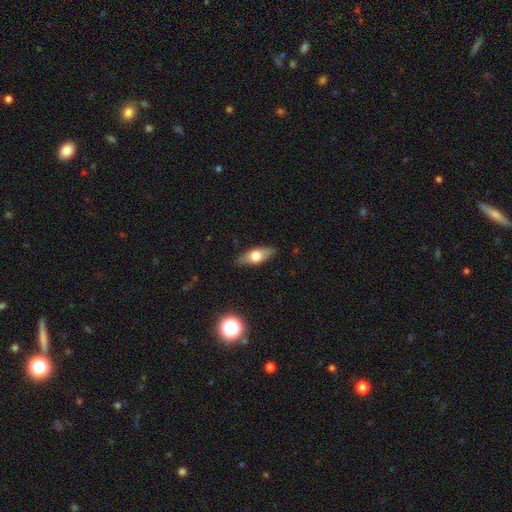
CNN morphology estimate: Q: Smooth or featured?
A: smooth (62%); runner-up: featured or disk (31%)
Q: How rounded?
A: in between (73%); runner-up: cigar-shaped (22%)
Q: Merging?
A: none (86%); runner-up: minor disturbance (11%)